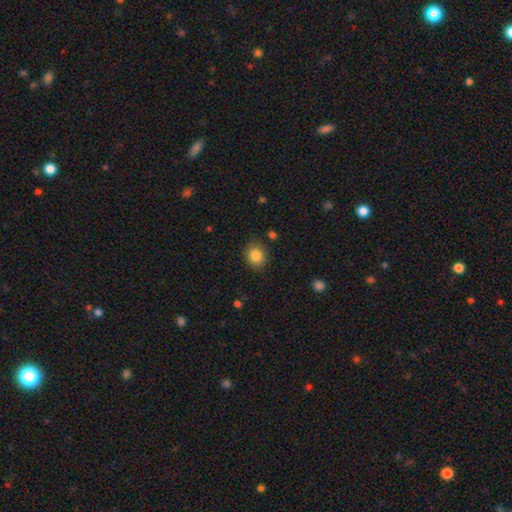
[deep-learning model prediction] Smooth or featured?
  - smooth: 85% *
  - star or artifact: 9%
  - featured or disk: 6%
How rounded?
  - round: 71% *
  - in between: 29%
  - cigar-shaped: 1%
Merging?
  - none: 84% *
  - minor disturbance: 12%
  - major disturbance: 3%
  - merger: 2%